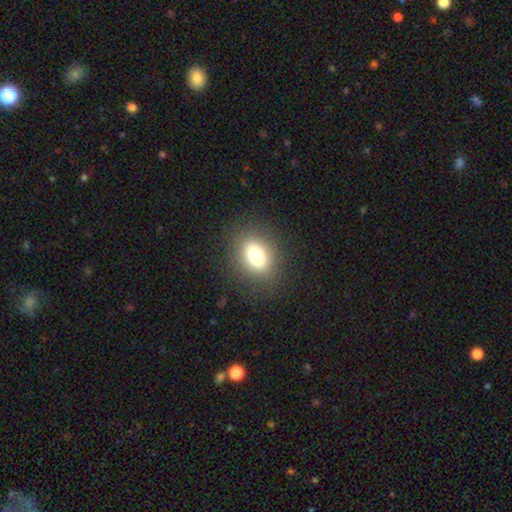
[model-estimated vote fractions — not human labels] A smooth galaxy with no disk features (77%) that is in between round and cigar-shaped (73%).

Vote fractions:
- Smooth or featured? smooth: 77% / featured or disk: 12% / star or artifact: 11%
- How rounded? in between: 73% / round: 25% / cigar-shaped: 2%
- Merging? none: 85% / minor disturbance: 9% / major disturbance: 4% / merger: 1%